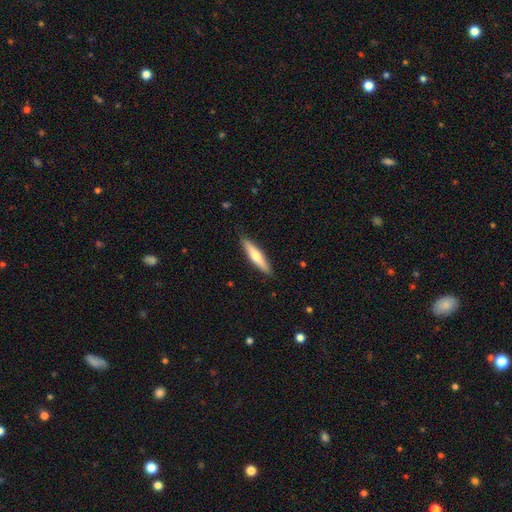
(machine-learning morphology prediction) Smooth or featured? Predicted: smooth (p=0.55). How rounded? Predicted: cigar-shaped (p=0.85). Merging? Predicted: none (p=0.90).